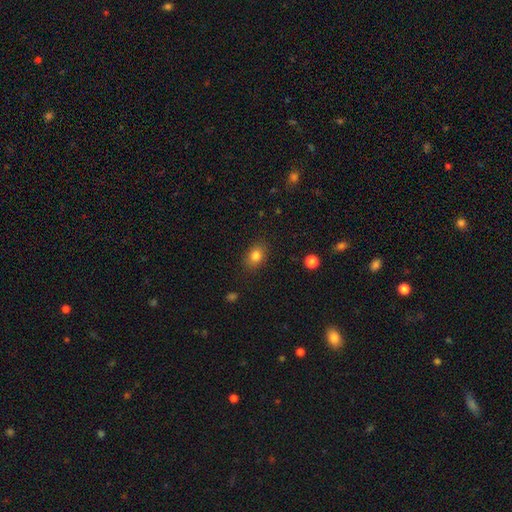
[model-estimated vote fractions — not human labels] Q: Smooth or featured?
A: smooth (81%); runner-up: star or artifact (11%)
Q: How rounded?
A: in between (64%); runner-up: round (34%)
Q: Merging?
A: none (85%); runner-up: minor disturbance (11%)